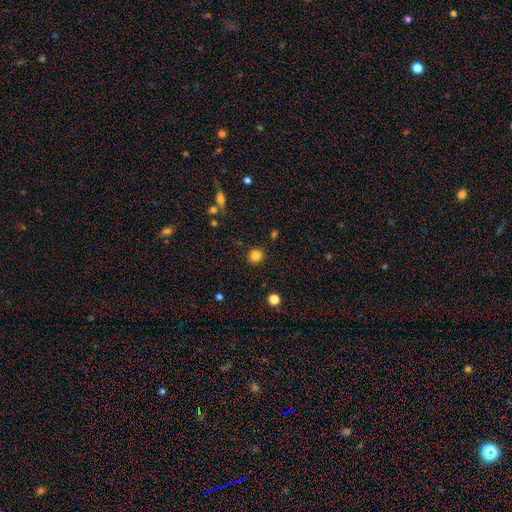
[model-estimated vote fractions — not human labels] Smooth or featured? smooth (83%)
How rounded? round (90%)
Merging? none (90%)